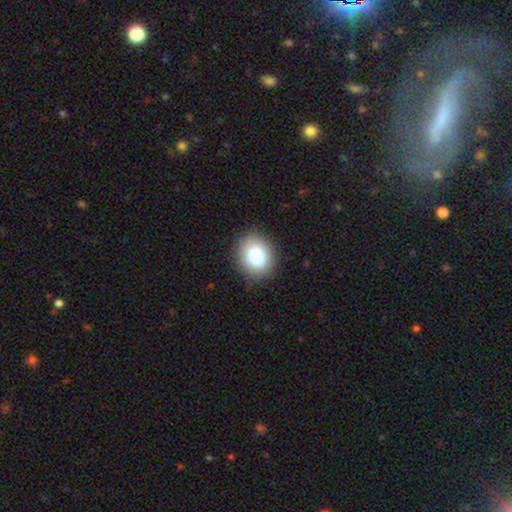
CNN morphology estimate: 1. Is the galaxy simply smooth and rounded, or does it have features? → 87% smooth, 8% star or artifact, 5% featured or disk.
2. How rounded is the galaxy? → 63% round, 36% in between, 1% cigar-shaped.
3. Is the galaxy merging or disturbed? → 87% none, 9% minor disturbance, 3% major disturbance, 1% merger.